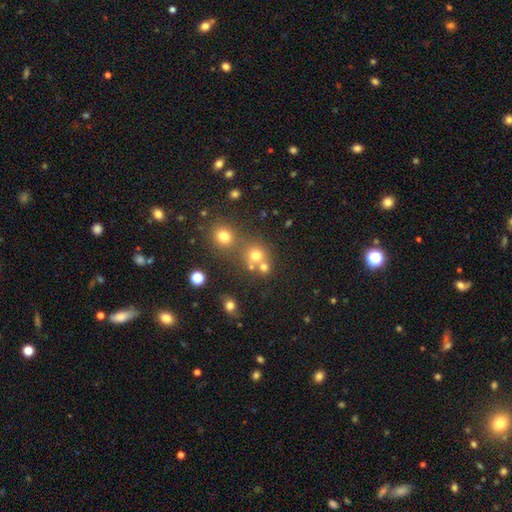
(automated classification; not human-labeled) Q: Smooth or featured?
A: smooth (70%); runner-up: star or artifact (19%)
Q: How rounded?
A: round (86%); runner-up: in between (13%)
Q: Merging?
A: none (56%); runner-up: merger (31%)